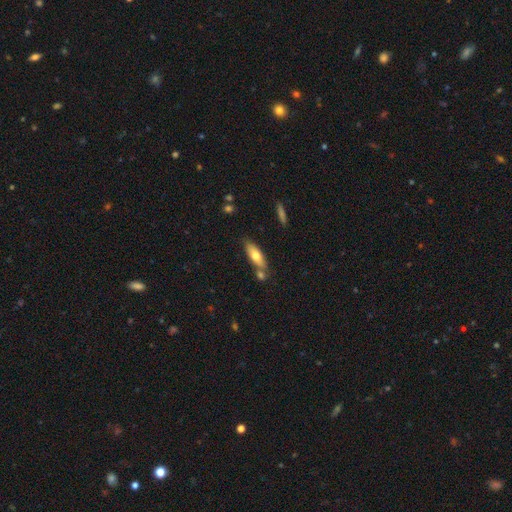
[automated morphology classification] smooth_or_featured: smooth (p=0.66) [alt: featured or disk p=0.28]
how_rounded: in between (p=0.57) [alt: cigar-shaped p=0.41]
merging: none (p=0.65) [alt: merger p=0.18]